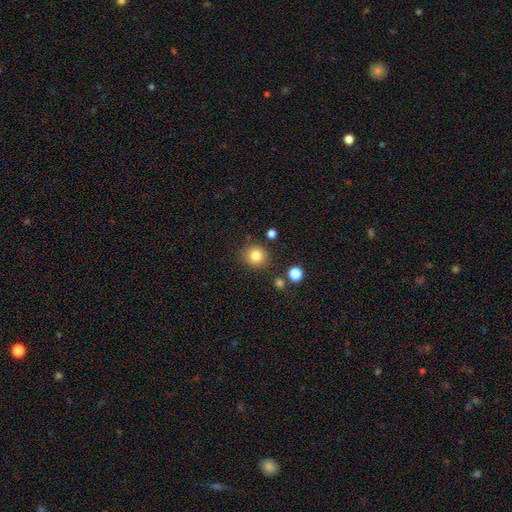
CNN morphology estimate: smooth-or-featured: smooth: 83% | star or artifact: 11% | featured or disk: 6%
  how-rounded: round: 90% | in between: 9% | cigar-shaped: 1%
  merging: none: 86% | minor disturbance: 8% | merger: 3% | major disturbance: 3%